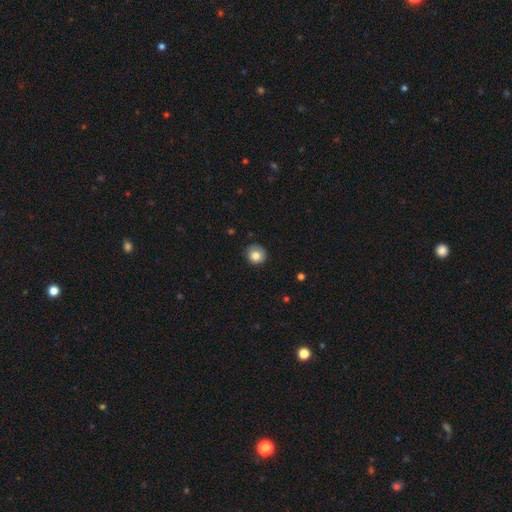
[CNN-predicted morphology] This appears to be a smooth galaxy with no disk features (81%) that is round (88%). Merging: none (78%).